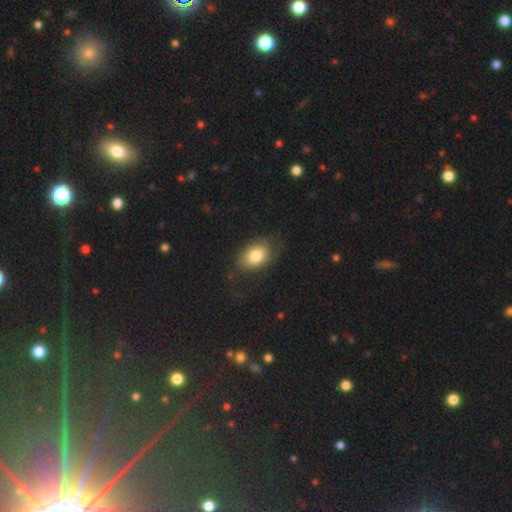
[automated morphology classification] Smooth or featured: smooth — 76% (featured or disk — 16%)
How rounded: in between — 82% (round — 16%)
Merging: none — 60% (minor disturbance — 22%)